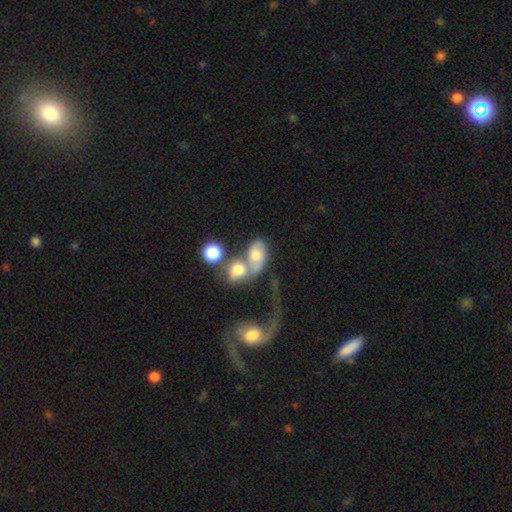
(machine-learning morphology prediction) Q: Smooth or featured?
A: smooth (49%); runner-up: featured or disk (41%)
Q: Merging?
A: merger (62%); runner-up: major disturbance (16%)